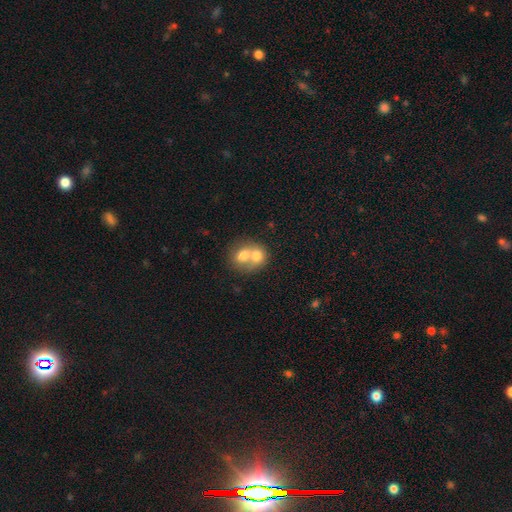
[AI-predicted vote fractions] This appears to be a smooth galaxy with no disk features (67%) that is round (62%). Merging: merger (74%).